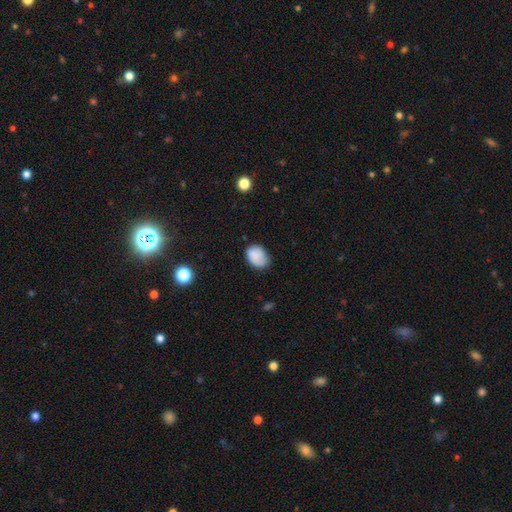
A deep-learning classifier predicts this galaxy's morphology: Smooth or featured: smooth — 82% (featured or disk — 9%)
How rounded: in between — 75% (round — 24%)
Merging: none — 63% (minor disturbance — 28%)